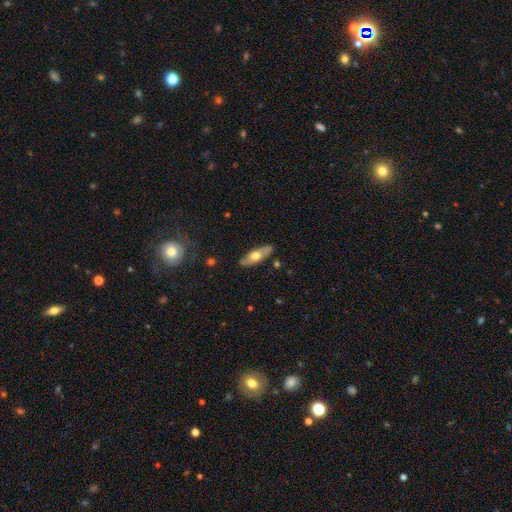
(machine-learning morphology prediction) This is possibly a smooth galaxy (51%). How rounded: possibly in between (54%). Merging: clearly none (85%).